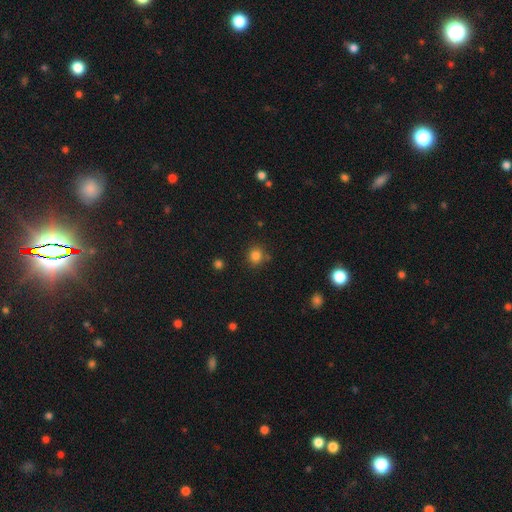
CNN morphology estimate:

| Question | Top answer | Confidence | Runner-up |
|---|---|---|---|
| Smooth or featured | smooth | 82% | star or artifact (13%) |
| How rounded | round | 86% | in between (13%) |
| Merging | none | 79% | minor disturbance (12%) |